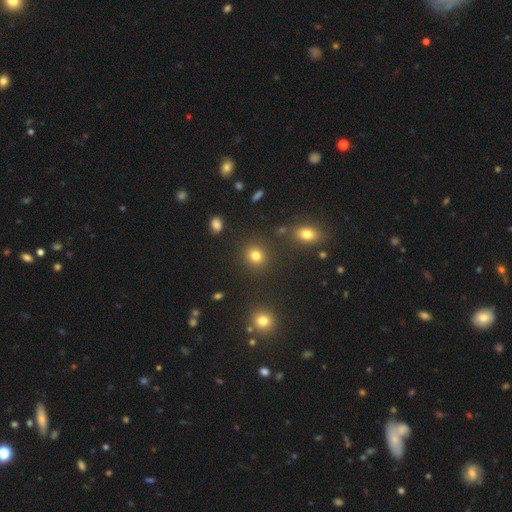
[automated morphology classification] type=smooth (80%); roundness=round (82%); merging=none (86%).